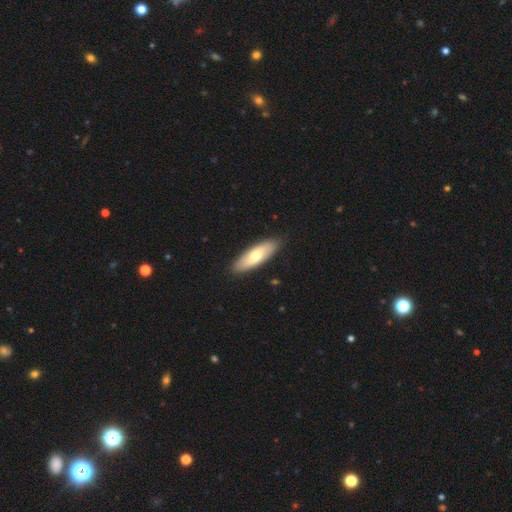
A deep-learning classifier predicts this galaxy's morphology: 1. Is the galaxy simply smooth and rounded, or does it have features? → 65% smooth, 31% featured or disk, 5% star or artifact.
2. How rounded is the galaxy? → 58% in between, 40% cigar-shaped, 2% round.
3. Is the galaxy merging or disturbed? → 88% none, 9% minor disturbance, 2% major disturbance, 1% merger.